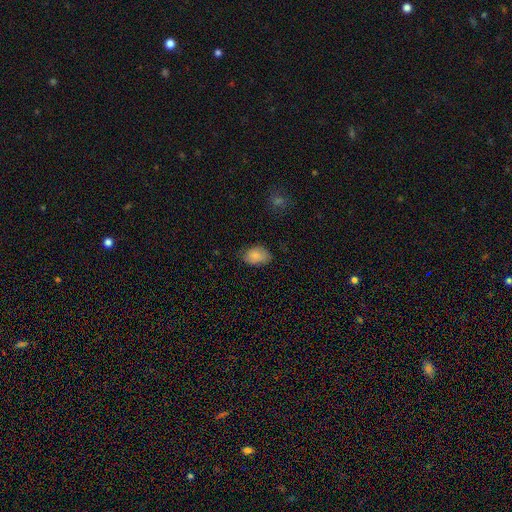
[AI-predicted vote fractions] Smooth or featured?
  - smooth: 83% *
  - featured or disk: 9%
  - star or artifact: 7%
How rounded?
  - in between: 88% *
  - round: 11%
  - cigar-shaped: 1%
Merging?
  - none: 68% *
  - minor disturbance: 25%
  - major disturbance: 5%
  - merger: 1%